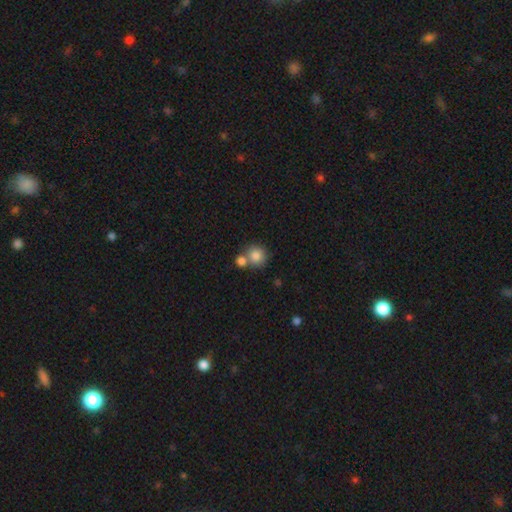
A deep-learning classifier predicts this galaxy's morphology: Q: Smooth or featured?
A: smooth (83%); runner-up: star or artifact (9%)
Q: How rounded?
A: round (88%); runner-up: in between (11%)
Q: Merging?
A: none (52%); runner-up: merger (37%)